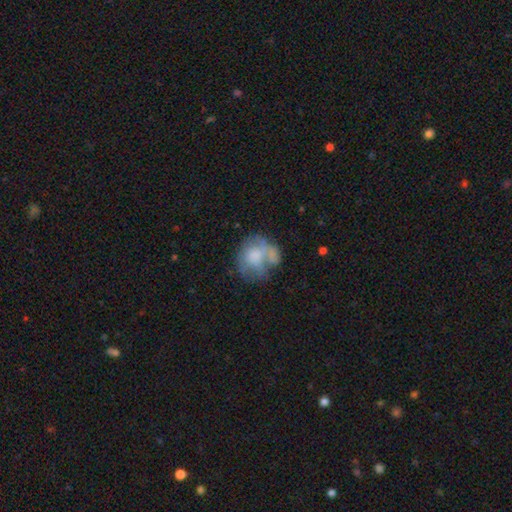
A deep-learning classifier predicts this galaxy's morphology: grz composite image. It shows a smooth galaxy with no disk features (54%) that is round (65%). Merging: none (38%).